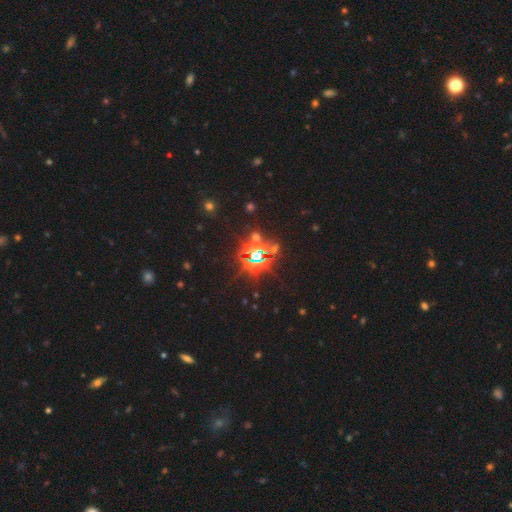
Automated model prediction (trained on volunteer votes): smooth_or_featured: star or artifact (p=0.81) [alt: smooth p=0.10]